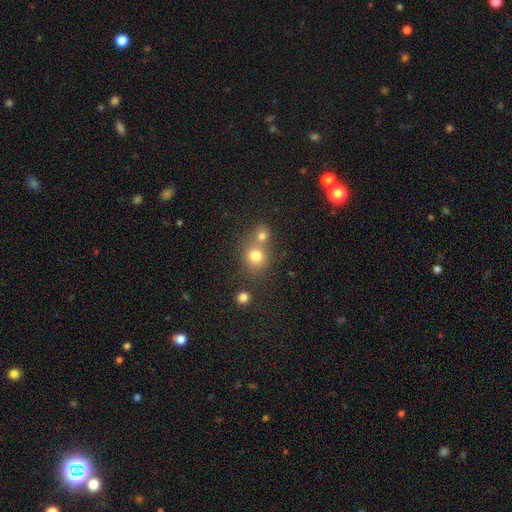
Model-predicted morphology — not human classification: Smooth or featured: smooth — 77% (star or artifact — 13%)
How rounded: round — 83% (in between — 16%)
Merging: none — 50% (merger — 39%)